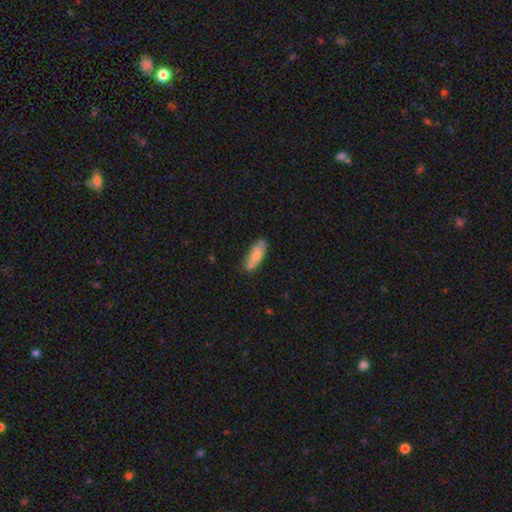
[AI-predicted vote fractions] This appears to be a smooth galaxy with no disk features (66%) that is in between round and cigar-shaped (70%). Merging: none (65%).